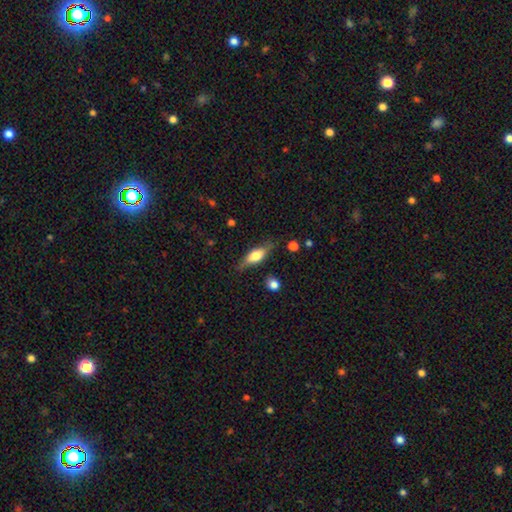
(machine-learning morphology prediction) smooth 52%, featured or disk 41%, star or artifact 7%. Down the decision tree: how rounded — in between (62%); merging — none (72%).